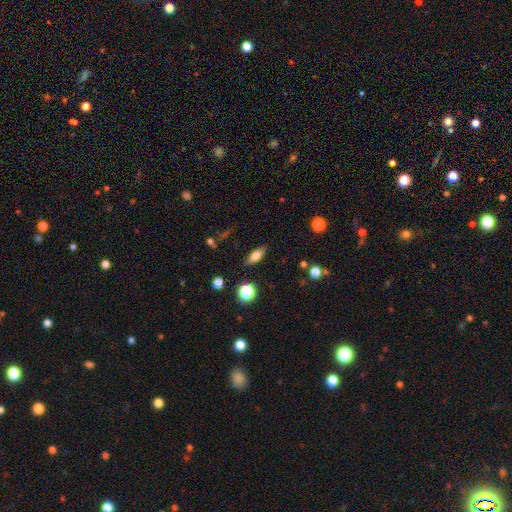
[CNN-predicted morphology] Smooth or featured?
  - smooth: 66% *
  - featured or disk: 24%
  - star or artifact: 10%
How rounded?
  - in between: 71% *
  - cigar-shaped: 22%
  - round: 7%
Merging?
  - none: 86% *
  - minor disturbance: 9%
  - major disturbance: 3%
  - merger: 2%